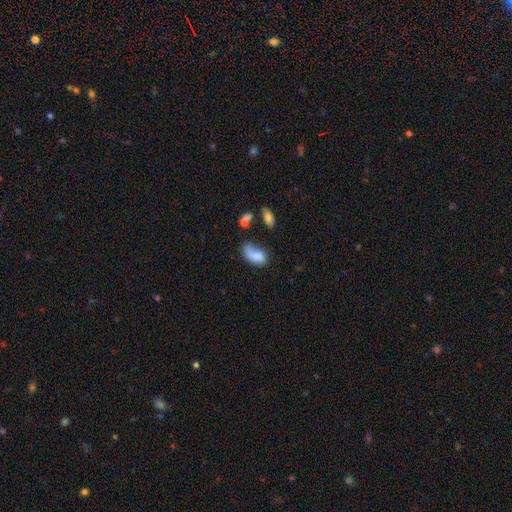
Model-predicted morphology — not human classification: smooth-or-featured: smooth: 75% | featured or disk: 15% | star or artifact: 9%
  how-rounded: in between: 90% | round: 6% | cigar-shaped: 4%
  merging: none: 32% | major disturbance: 28% | minor disturbance: 27% | merger: 13%